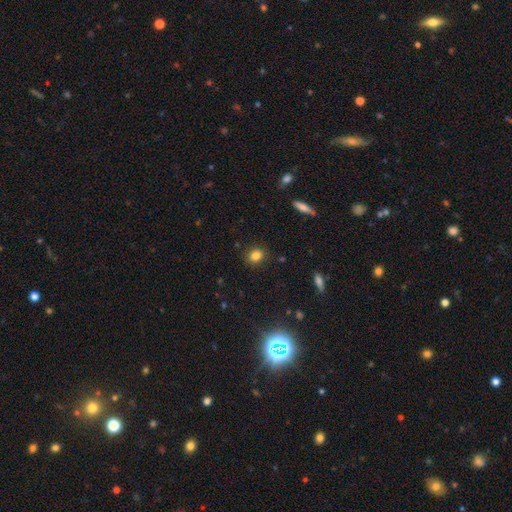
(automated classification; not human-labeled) Morphology: type=smooth (83%); roundness=round (54%); merging=none (87%).